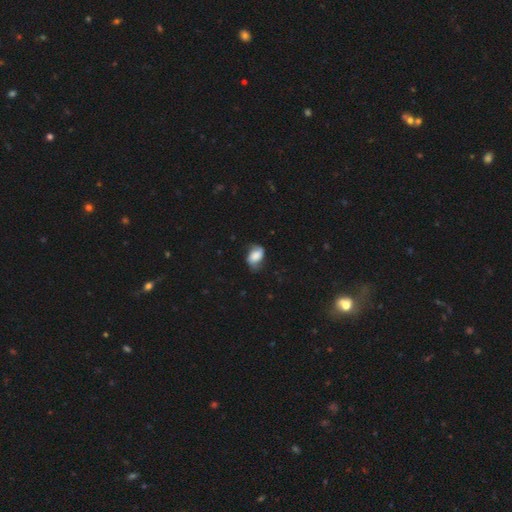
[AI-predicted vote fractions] Overall: smooth (59%; featured or disk 32%). How rounded: in between (82%). Merging: none (60%; minor disturbance 28%).